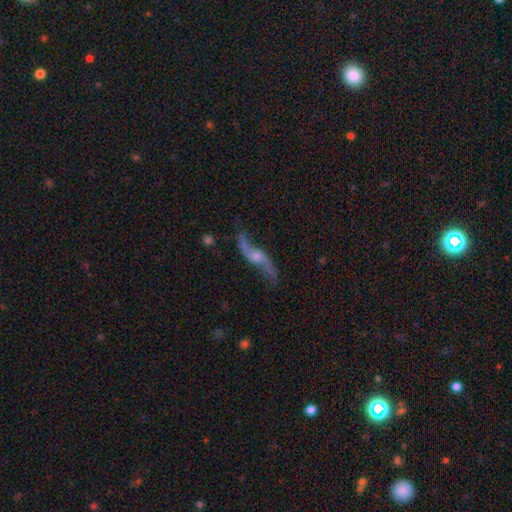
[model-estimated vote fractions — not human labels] featured or disk 87%, smooth 7%, star or artifact 6%. Down the decision tree: edge-on disk — no (82%); bar — no (60%); spiral arms — yes (95%); spiral arm count — 2 (94%); spiral winding — loose (91%); bulge size — moderate (50%); merging — none (75%).